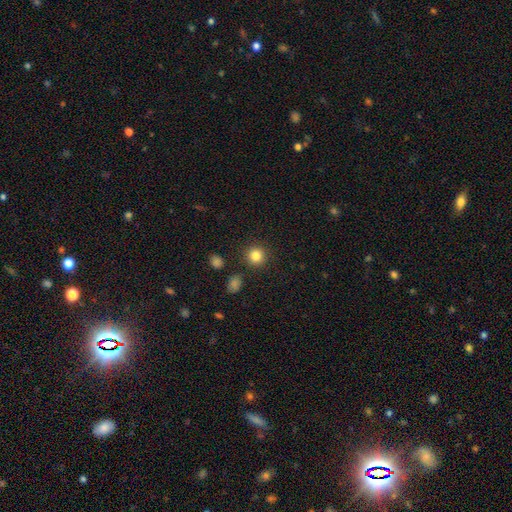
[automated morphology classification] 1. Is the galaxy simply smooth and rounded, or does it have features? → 84% smooth, 11% star or artifact, 5% featured or disk.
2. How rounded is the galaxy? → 92% round, 7% in between, 1% cigar-shaped.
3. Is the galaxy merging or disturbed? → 89% none, 6% minor disturbance, 3% merger, 2% major disturbance.